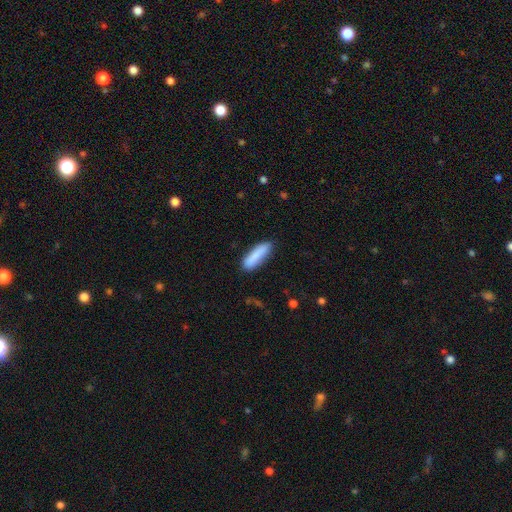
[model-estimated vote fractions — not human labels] Overall: smooth (86%). How rounded: cigar-shaped (66%; in between 33%). Merging: none (82%).